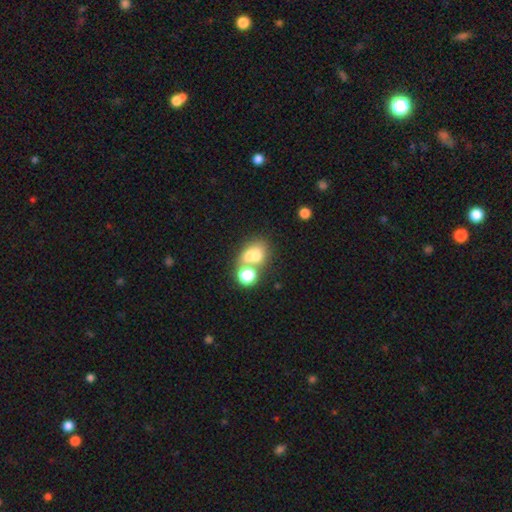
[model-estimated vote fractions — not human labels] This appears to be a smooth galaxy with no disk features (68%) that is in between round and cigar-shaped (52%). Merging: merger (54%).